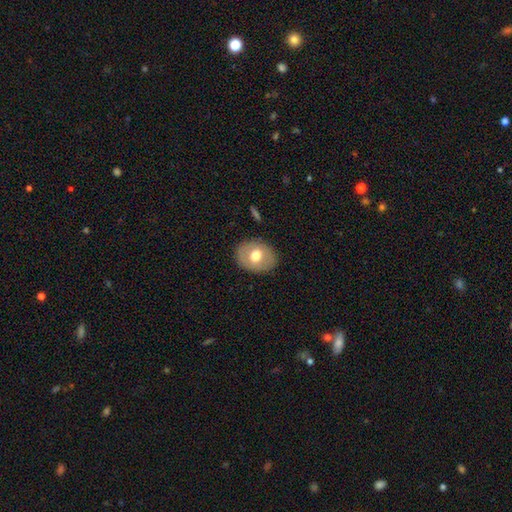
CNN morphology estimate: This is likely a smooth galaxy (64%). How rounded: possibly in between (54%). Merging: clearly none (85%).